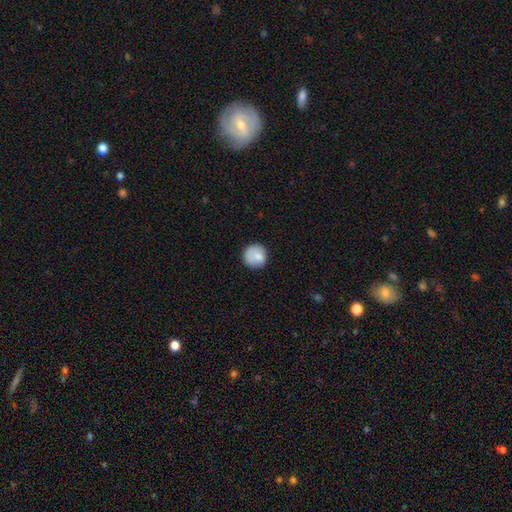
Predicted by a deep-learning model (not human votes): smooth-or-featured: smooth: 82% | featured or disk: 10% | star or artifact: 8%
  how-rounded: round: 92% | in between: 7% | cigar-shaped: 1%
  merging: none: 81% | minor disturbance: 14% | major disturbance: 4% | merger: 2%